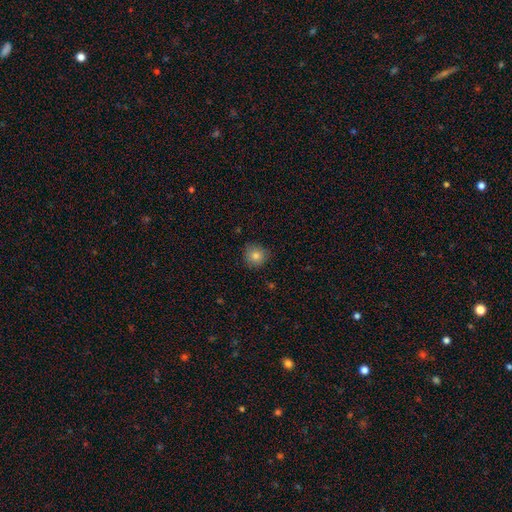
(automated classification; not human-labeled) Smooth or featured? Predicted: smooth (p=0.83). How rounded? Predicted: round (p=0.91). Merging? Predicted: none (p=0.84).